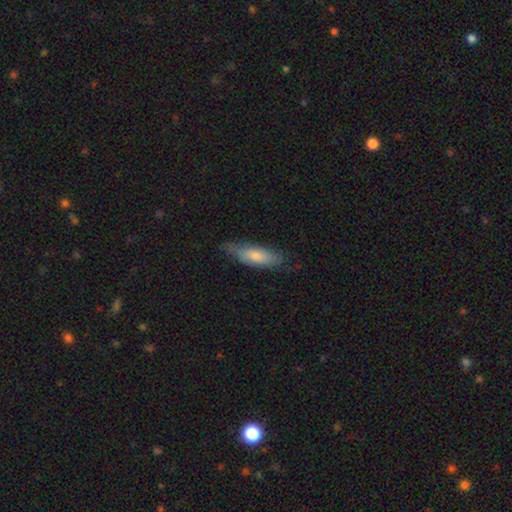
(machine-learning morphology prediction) The model was most divided on "how rounded": in between: 53%, cigar-shaped: 45%, round: 2%. More confident: smooth or featured — smooth (72%); merging — none (67%).